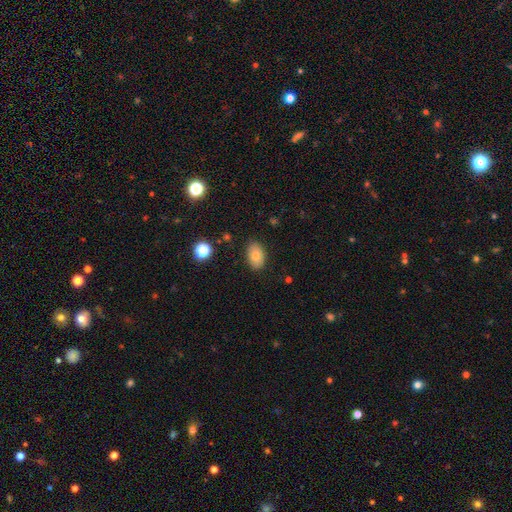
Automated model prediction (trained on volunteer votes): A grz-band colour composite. It shows a smooth galaxy with no disk features (76%) that is in between round and cigar-shaped (86%). Merging: none (86%).